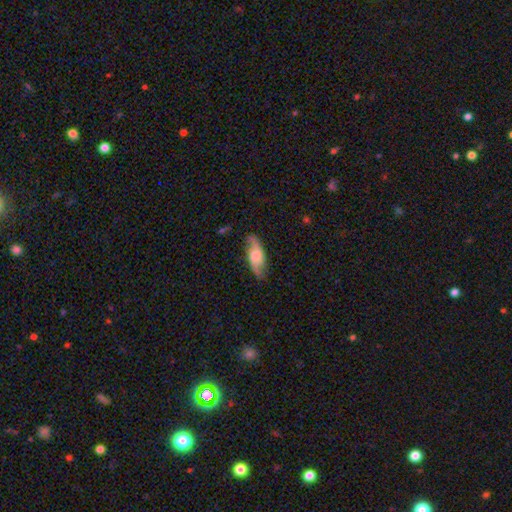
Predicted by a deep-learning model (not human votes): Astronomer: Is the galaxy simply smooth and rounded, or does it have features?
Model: featured or disk — 65%.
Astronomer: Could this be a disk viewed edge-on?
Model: no — 81%.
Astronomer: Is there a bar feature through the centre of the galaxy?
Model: no — 60%.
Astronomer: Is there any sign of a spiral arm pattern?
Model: yes — 90%.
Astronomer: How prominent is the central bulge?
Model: moderate — 45% (runner-up: large, 28%).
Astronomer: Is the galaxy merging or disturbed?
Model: none — 79%.